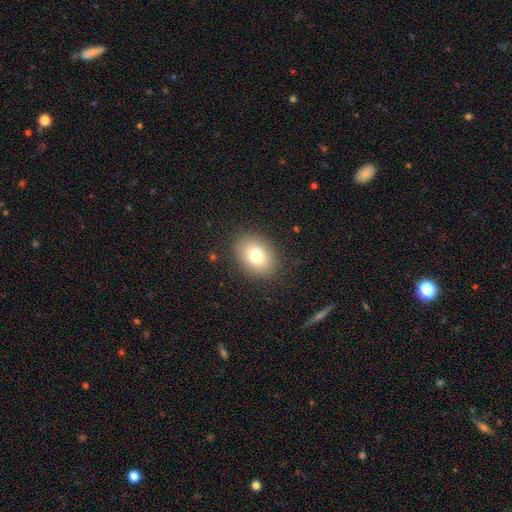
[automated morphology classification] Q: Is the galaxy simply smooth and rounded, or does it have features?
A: smooth — 77%.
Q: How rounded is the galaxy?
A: in between — 65%.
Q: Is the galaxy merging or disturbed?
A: none — 87%.